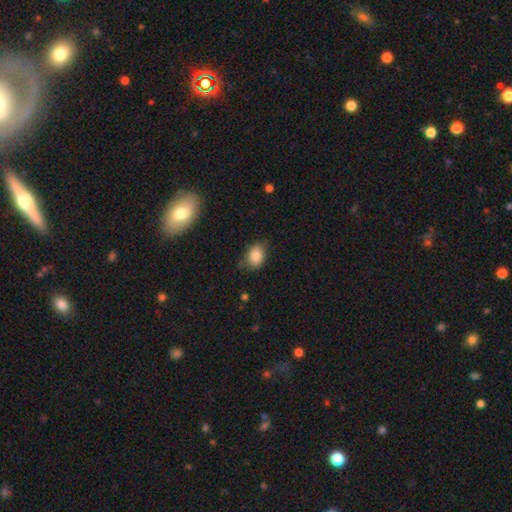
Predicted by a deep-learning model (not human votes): Morphology: type=smooth (82%); roundness=in between (69%); merging=none (70%).